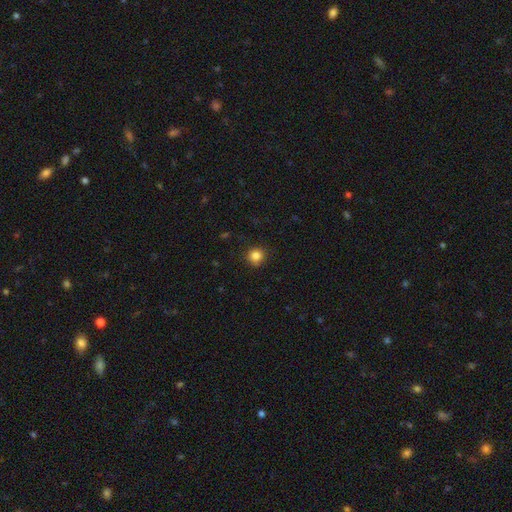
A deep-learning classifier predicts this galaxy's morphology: A smooth galaxy with no disk features (83%) that is round (92%).

Vote fractions:
- Smooth or featured? smooth: 83% / star or artifact: 12% / featured or disk: 4%
- How rounded? round: 92% / in between: 7% / cigar-shaped: 1%
- Merging? none: 88% / minor disturbance: 9% / major disturbance: 2% / merger: 1%